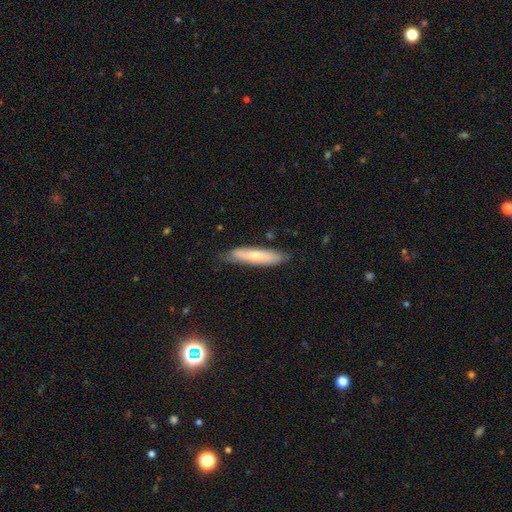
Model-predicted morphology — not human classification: Smooth or featured?
  - smooth: 61% *
  - featured or disk: 33%
  - star or artifact: 6%
How rounded?
  - cigar-shaped: 81% *
  - in between: 17%
  - round: 1%
Merging?
  - none: 76% *
  - minor disturbance: 19%
  - major disturbance: 3%
  - merger: 2%